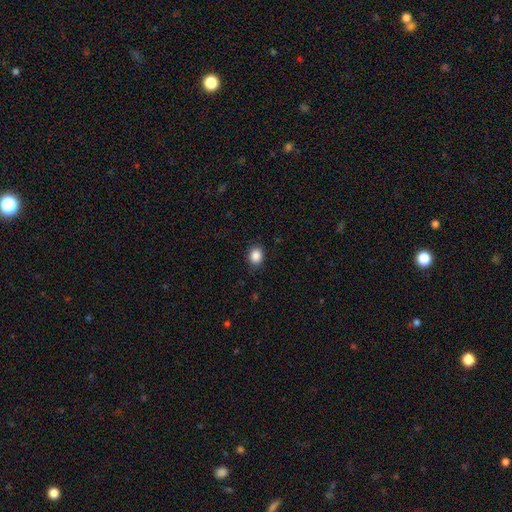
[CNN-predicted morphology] smooth_or_featured: smooth (p=0.87) [alt: star or artifact p=0.09]
how_rounded: round (p=0.51) [alt: in between p=0.48]
merging: none (p=0.87) [alt: minor disturbance p=0.10]